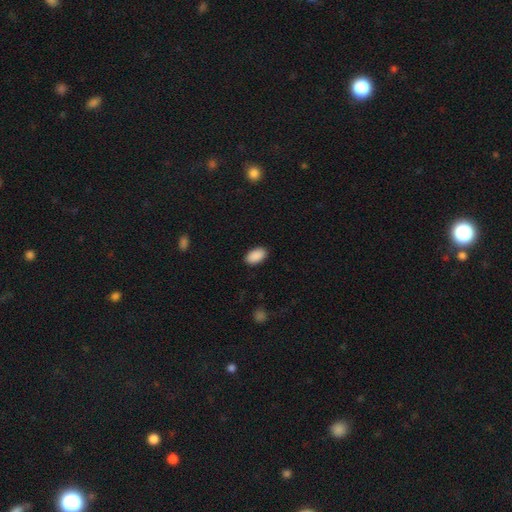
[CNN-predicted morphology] Smooth or featured?
  - smooth: 91% *
  - star or artifact: 7%
  - featured or disk: 2%
How rounded?
  - in between: 94% *
  - round: 4%
  - cigar-shaped: 1%
Merging?
  - none: 89% *
  - minor disturbance: 8%
  - major disturbance: 2%
  - merger: 1%